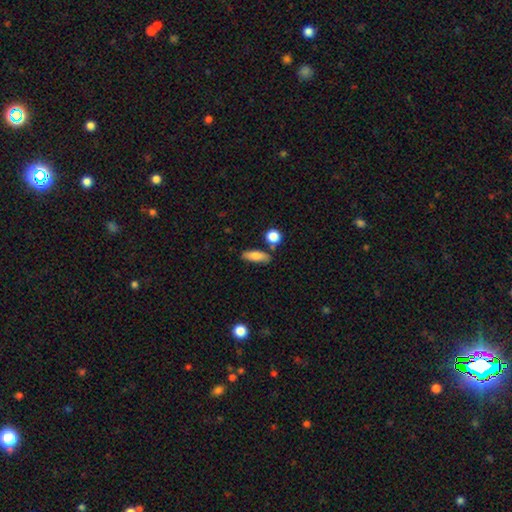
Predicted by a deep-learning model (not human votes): This appears to be a smooth galaxy with no disk features (80%) that is in between round and cigar-shaped (56%). Merging: none (72%).